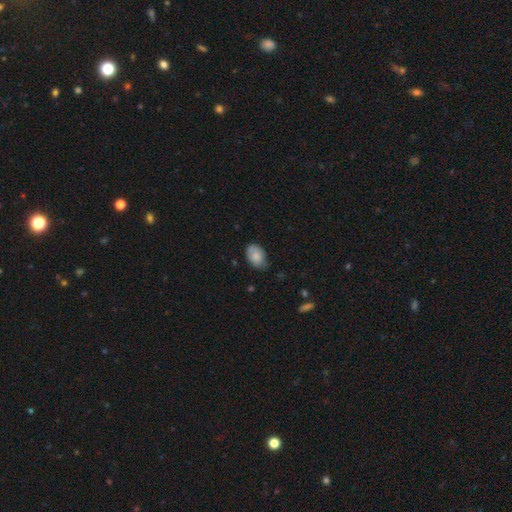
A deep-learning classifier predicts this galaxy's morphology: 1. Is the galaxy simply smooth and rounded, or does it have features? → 81% smooth, 12% featured or disk, 7% star or artifact.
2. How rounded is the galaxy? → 84% in between, 14% round, 1% cigar-shaped.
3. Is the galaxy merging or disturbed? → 60% none, 32% minor disturbance, 5% major disturbance, 2% merger.